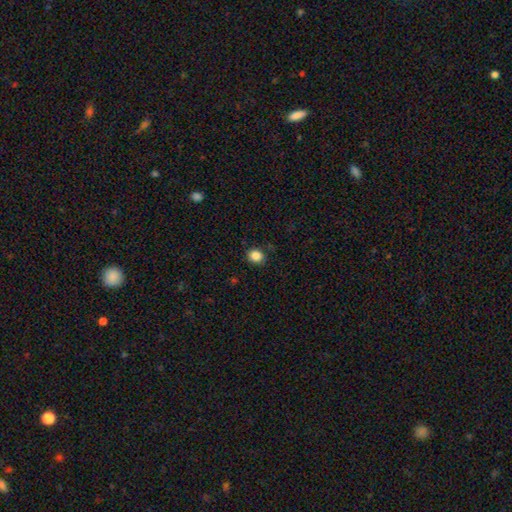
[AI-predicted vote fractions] Morphology: type=smooth (86%); roundness=round (74%); merging=none (87%).